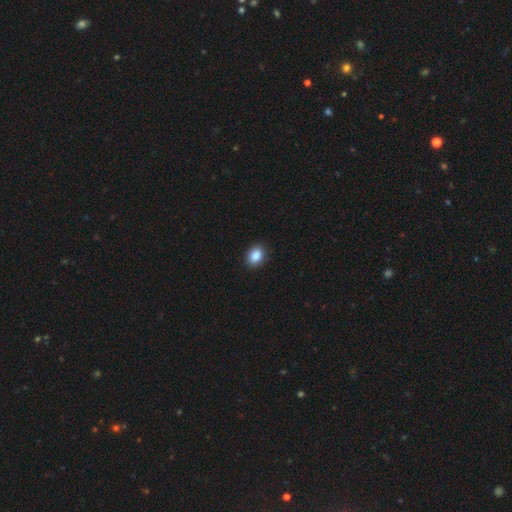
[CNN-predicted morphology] The model was most divided on "how rounded": in between: 64%, round: 35%, cigar-shaped: 1%. More confident: merging — none (89%); smooth or featured — smooth (89%).